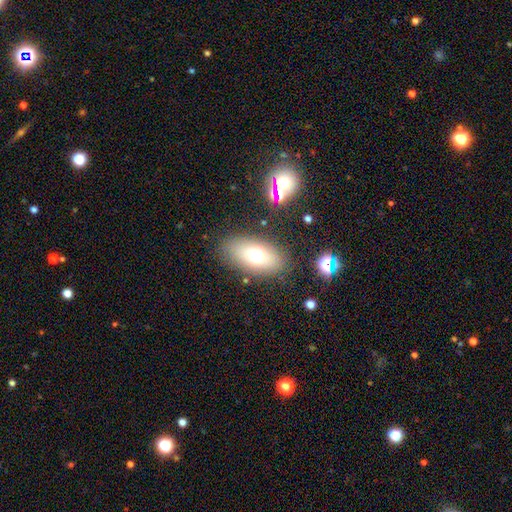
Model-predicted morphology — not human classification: Q: Smooth or featured?
A: smooth (65%); runner-up: featured or disk (19%)
Q: How rounded?
A: in between (84%); runner-up: round (12%)
Q: Merging?
A: none (83%); runner-up: minor disturbance (10%)